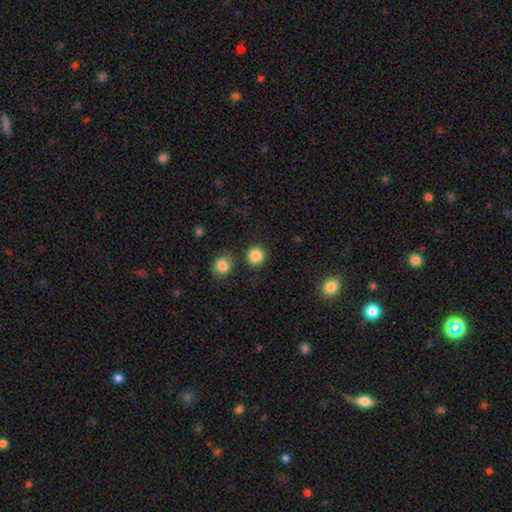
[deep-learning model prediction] This appears to be a smooth galaxy with no disk features (87%) that is round (91%). Merging: none (85%).